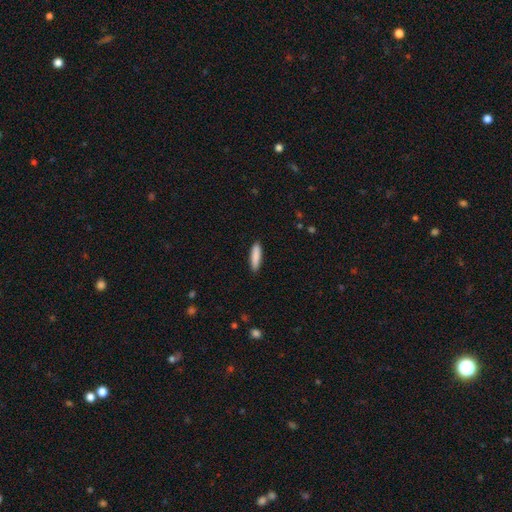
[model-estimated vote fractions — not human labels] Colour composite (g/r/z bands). It shows a smooth galaxy with no disk features (88%) that is cigar-shaped (73%). Merging: none (90%).